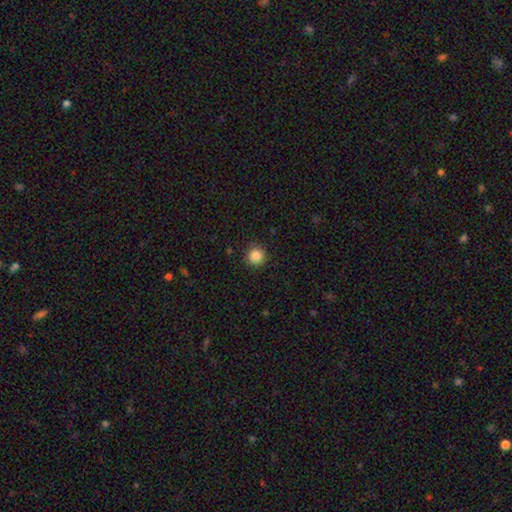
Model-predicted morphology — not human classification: This is clearly a smooth galaxy (86%). How rounded: clearly round (95%). Merging: clearly none (91%).